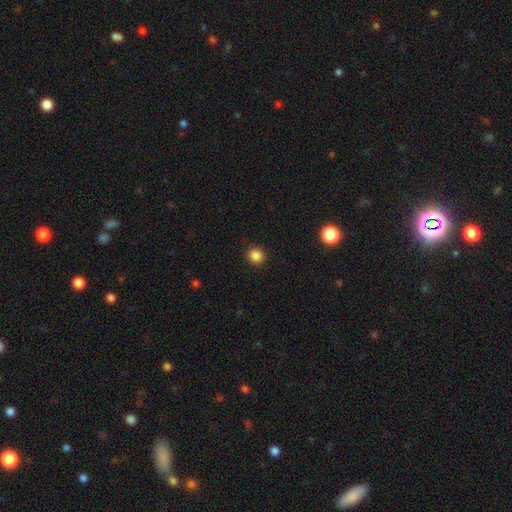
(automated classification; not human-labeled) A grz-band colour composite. It shows a smooth galaxy with no disk features (86%) that is round (89%). Merging: none (91%).